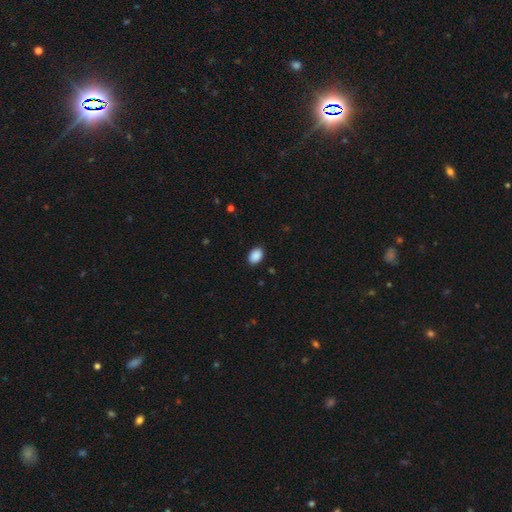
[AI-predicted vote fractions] A smooth galaxy with no disk features (90%) that is in between round and cigar-shaped (82%).

Vote fractions:
- Smooth or featured? smooth: 90% / star or artifact: 7% / featured or disk: 2%
- How rounded? in between: 82% / round: 17% / cigar-shaped: 1%
- Merging? none: 89% / minor disturbance: 8% / major disturbance: 2% / merger: 1%